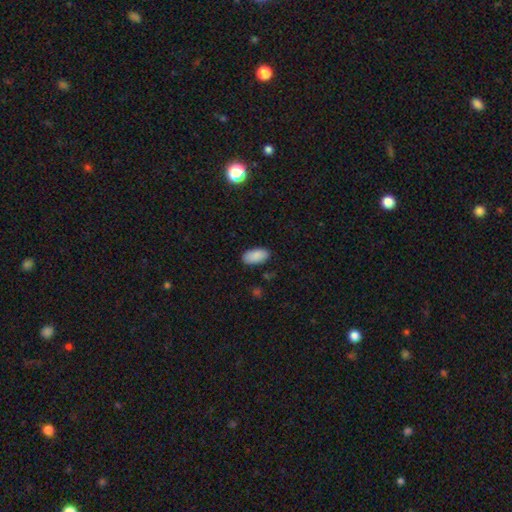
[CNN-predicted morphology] smooth_or_featured: smooth (p=0.89) [alt: star or artifact p=0.07]
how_rounded: in between (p=0.95) [alt: cigar-shaped p=0.03]
merging: none (p=0.86) [alt: minor disturbance p=0.10]